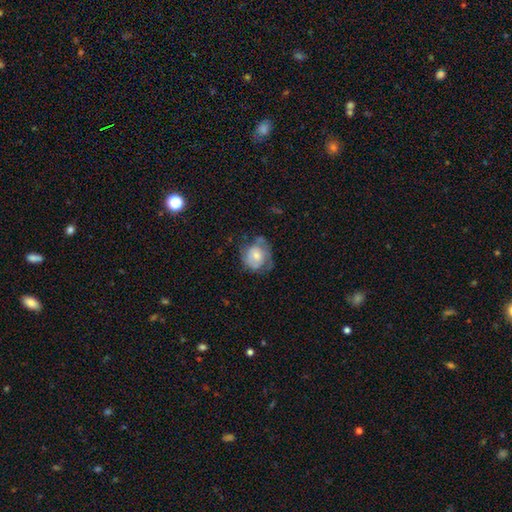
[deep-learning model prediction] Smooth or featured: smooth — 52% (featured or disk — 40%)
How rounded: round — 69% (in between — 30%)
Merging: none — 43% (minor disturbance — 32%)